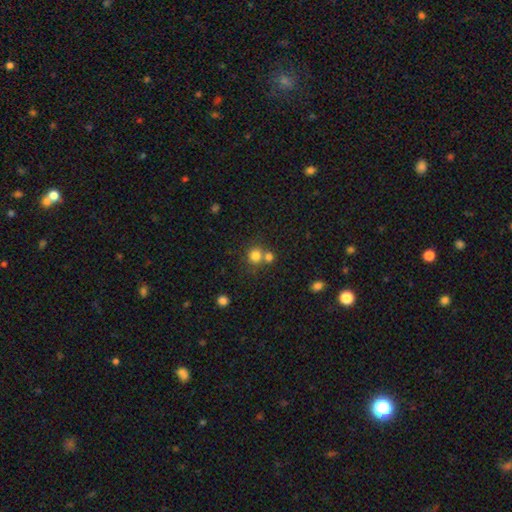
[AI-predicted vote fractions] Smooth or featured? Predicted: smooth (p=0.79). How rounded? Predicted: round (p=0.88). Merging? Predicted: none (p=0.54).